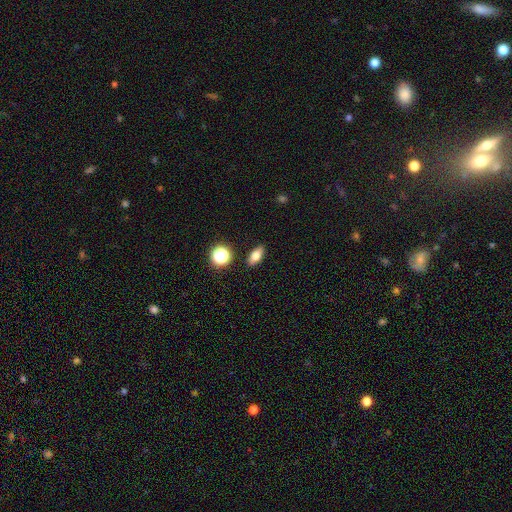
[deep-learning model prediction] smooth_or_featured: smooth (p=0.71) [alt: featured or disk p=0.18]
how_rounded: in between (p=0.74) [alt: cigar-shaped p=0.15]
merging: none (p=0.89) [alt: minor disturbance p=0.08]